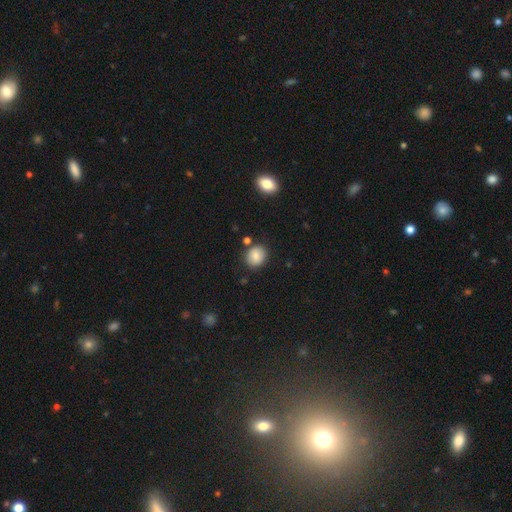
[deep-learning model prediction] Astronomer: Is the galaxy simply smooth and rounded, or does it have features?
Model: smooth — 82%.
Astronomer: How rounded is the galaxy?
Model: round — 80%.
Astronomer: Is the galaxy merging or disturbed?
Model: none — 83%.